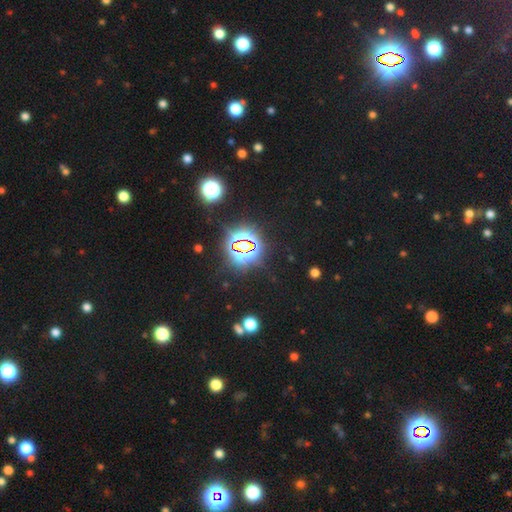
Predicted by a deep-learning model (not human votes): smooth-or-featured: star or artifact: 75% | smooth: 18% | featured or disk: 6%